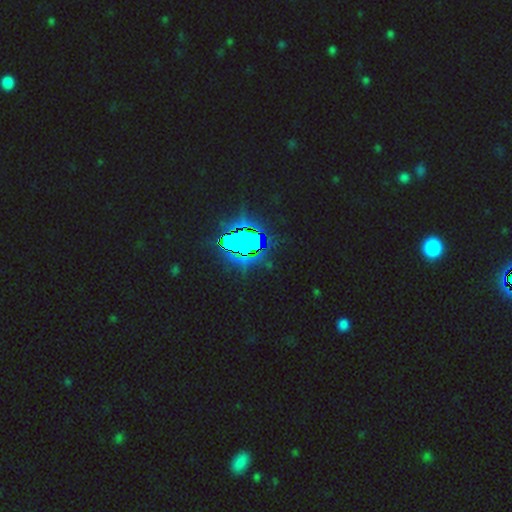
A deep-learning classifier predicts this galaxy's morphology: Overall: star or artifact (84%).